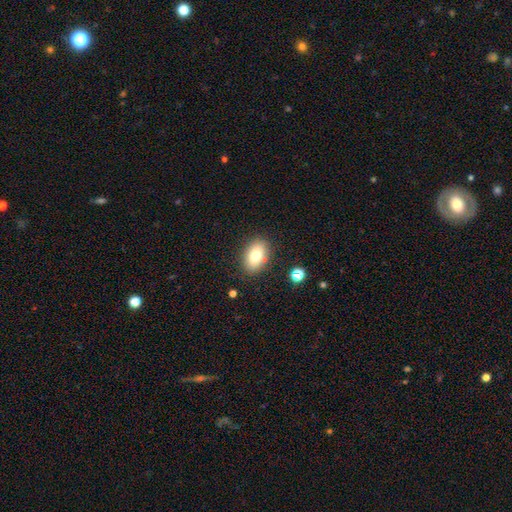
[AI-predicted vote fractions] Smooth or featured?
  - smooth: 75% *
  - featured or disk: 15%
  - star or artifact: 10%
How rounded?
  - in between: 83% *
  - round: 15%
  - cigar-shaped: 2%
Merging?
  - none: 83% *
  - minor disturbance: 11%
  - merger: 3%
  - major disturbance: 3%